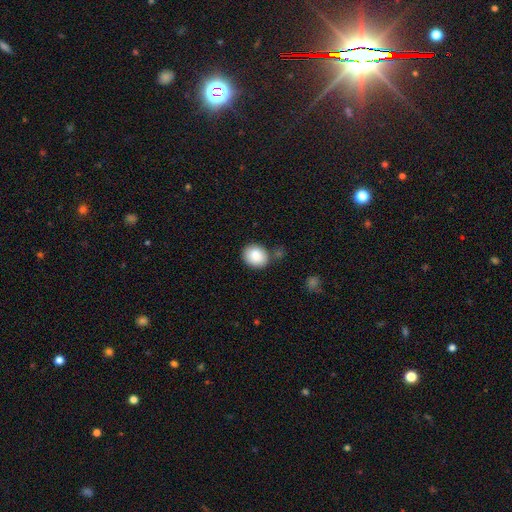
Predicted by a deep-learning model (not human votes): Smooth or featured? smooth (88%)
How rounded? round (61%)
Merging? none (72%)